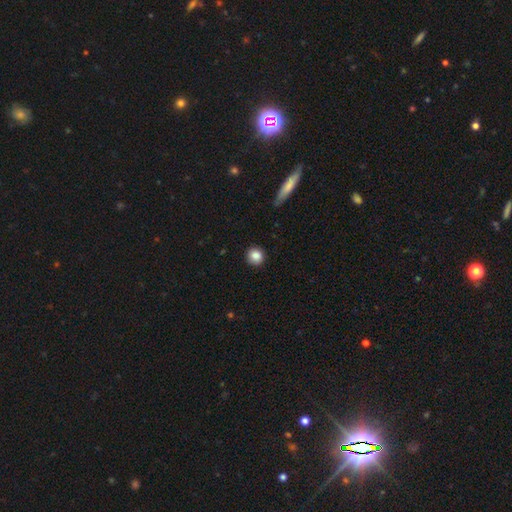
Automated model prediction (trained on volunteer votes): Morphology: type=smooth (86%); roundness=round (89%); merging=none (89%).